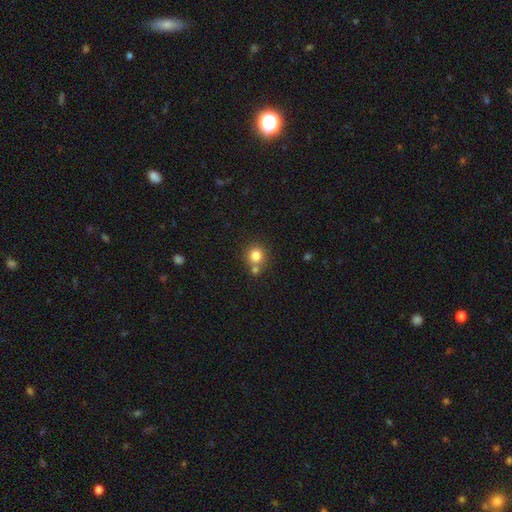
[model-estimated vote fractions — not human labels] A smooth galaxy with no disk features (81%) that is round (89%). Merging: none (64%).